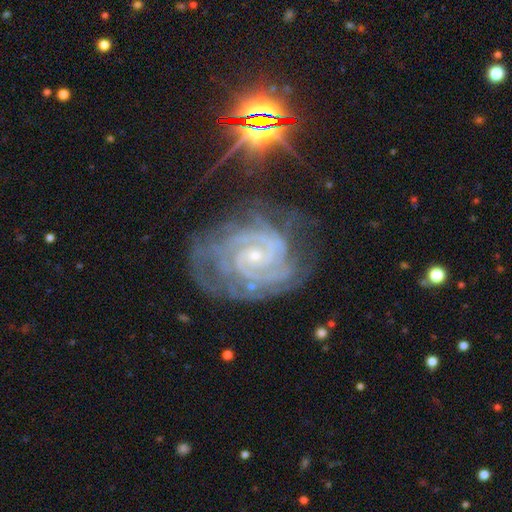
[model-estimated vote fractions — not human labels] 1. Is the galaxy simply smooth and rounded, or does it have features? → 89% featured or disk, 7% star or artifact, 4% smooth.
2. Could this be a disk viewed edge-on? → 98% no, 2% yes.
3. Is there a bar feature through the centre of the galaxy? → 58% no, 31% weak, 11% strong.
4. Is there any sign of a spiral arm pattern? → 98% yes, 2% no.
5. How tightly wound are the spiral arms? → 75% tight, 22% medium, 3% loose.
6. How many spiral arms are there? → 39% 2, 20% 3, 18% can't tell, 11% 4, 6% more than 4, 6% 1.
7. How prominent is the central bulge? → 79% small, 17% moderate, 2% none, 1% large, 1% dominant.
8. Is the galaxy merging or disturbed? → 64% none, 22% minor disturbance, 11% major disturbance, 2% merger.